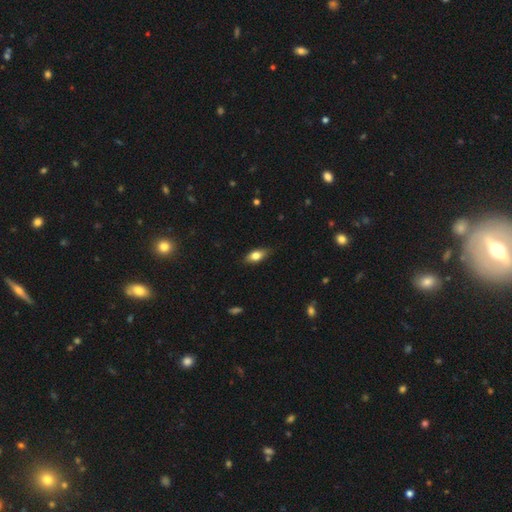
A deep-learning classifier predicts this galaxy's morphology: The model was most divided on "smooth or featured": smooth: 75%, featured or disk: 17%, star or artifact: 7%. More confident: how rounded — in between (83%); merging — none (81%).